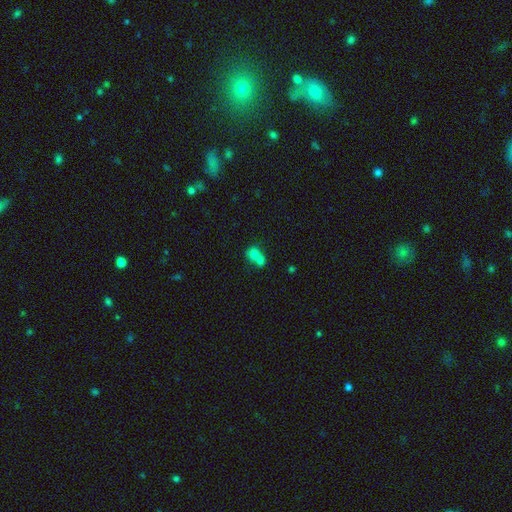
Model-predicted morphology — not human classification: type=smooth (72%); roundness=round (71%); merging=merger (67%).